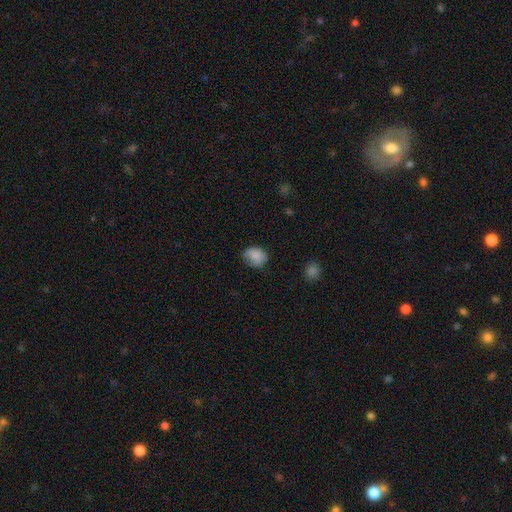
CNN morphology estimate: This appears to be a smooth galaxy with no disk features (83%) that is round (55%). Merging: none (63%).